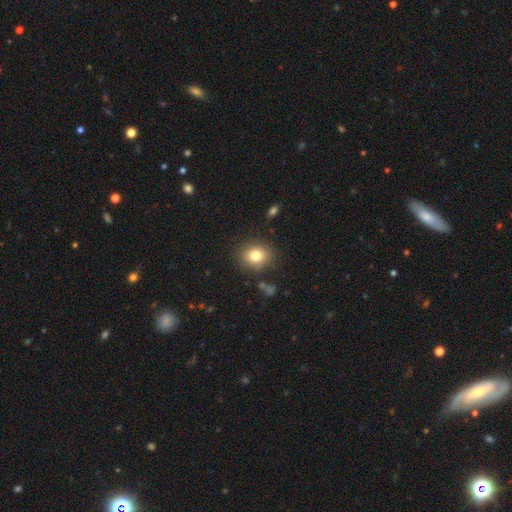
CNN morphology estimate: Smooth or featured? smooth (80%)
How rounded? round (60%)
Merging? none (84%)